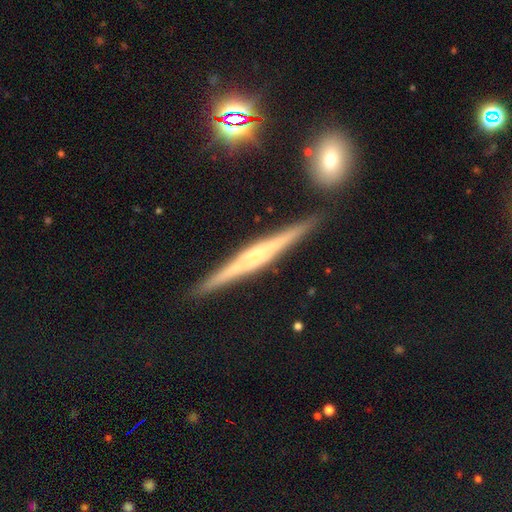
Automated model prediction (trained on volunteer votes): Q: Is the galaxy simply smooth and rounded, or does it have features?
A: featured or disk — 79%.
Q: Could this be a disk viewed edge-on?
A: yes — 98%.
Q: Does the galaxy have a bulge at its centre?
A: rounded — 49%.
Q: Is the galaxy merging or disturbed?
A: none — 89%.